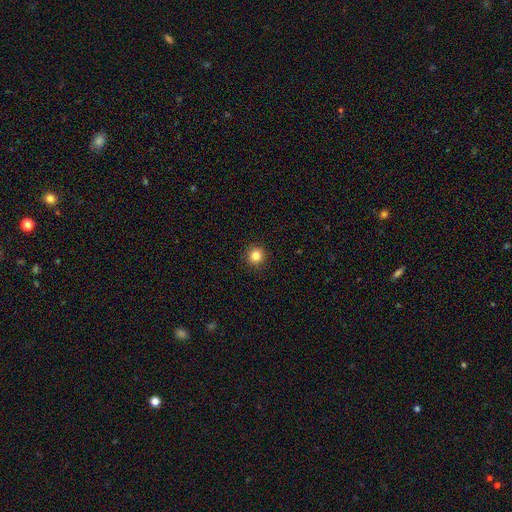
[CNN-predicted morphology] A smooth galaxy with no disk features (83%) that is round (94%).

Vote fractions:
- Smooth or featured? smooth: 83% / star or artifact: 12% / featured or disk: 5%
- How rounded? round: 94% / in between: 5% / cigar-shaped: 1%
- Merging? none: 92% / minor disturbance: 6% / major disturbance: 2% / merger: 1%